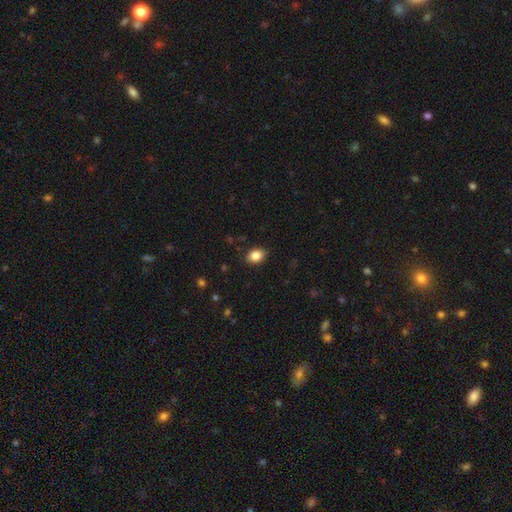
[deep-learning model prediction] This appears to be a smooth galaxy with no disk features (85%) that is in between round and cigar-shaped (71%). Merging: none (87%).